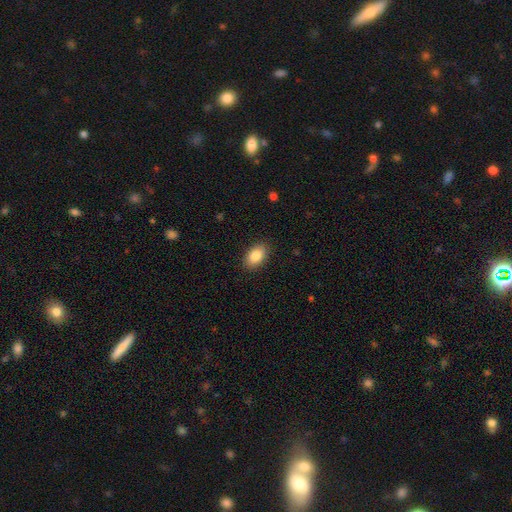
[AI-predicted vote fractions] Smooth or featured: smooth — 86% (star or artifact — 7%)
How rounded: in between — 90% (round — 9%)
Merging: none — 88% (minor disturbance — 8%)